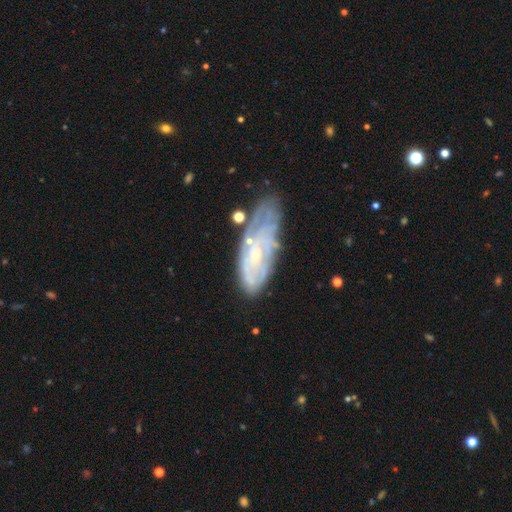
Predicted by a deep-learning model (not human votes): featured or disk 63%, smooth 28%, star or artifact 9%. Down the decision tree: edge-on disk — no (86%); bar — no (75%); spiral arms — yes (54%); bulge size — small (61%); merging — none (52%).